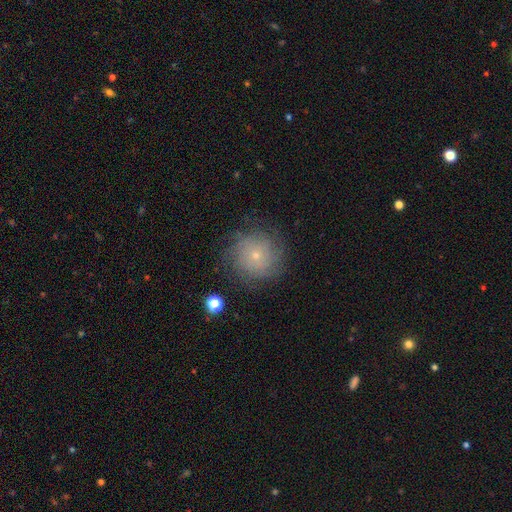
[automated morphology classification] type=smooth (43%, tied with featured or disk); merging=none (77%).